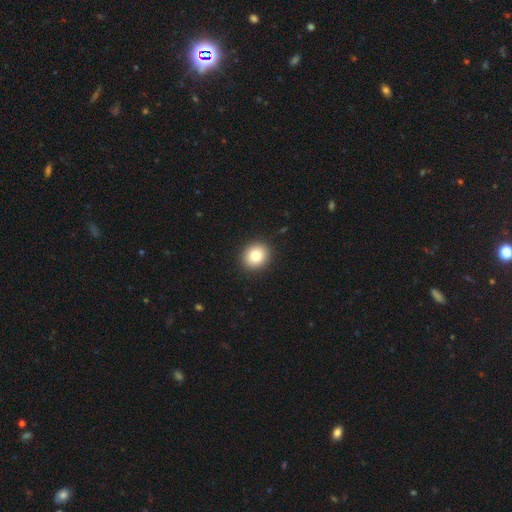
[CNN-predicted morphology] type=smooth (81%); roundness=round (76%); merging=none (92%).